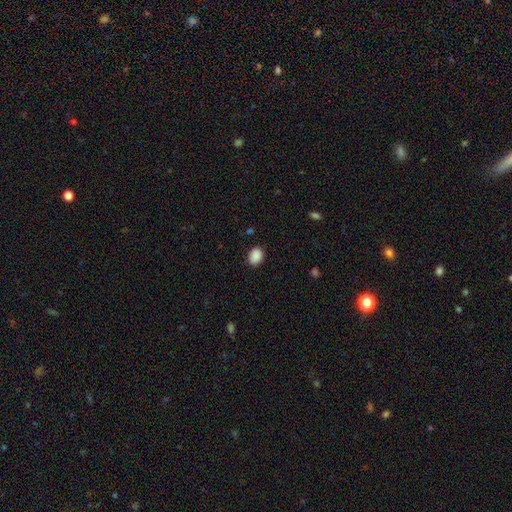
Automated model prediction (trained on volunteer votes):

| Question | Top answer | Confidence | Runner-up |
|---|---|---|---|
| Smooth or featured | smooth | 89% | star or artifact (8%) |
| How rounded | in between | 67% | round (32%) |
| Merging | none | 86% | minor disturbance (10%) |